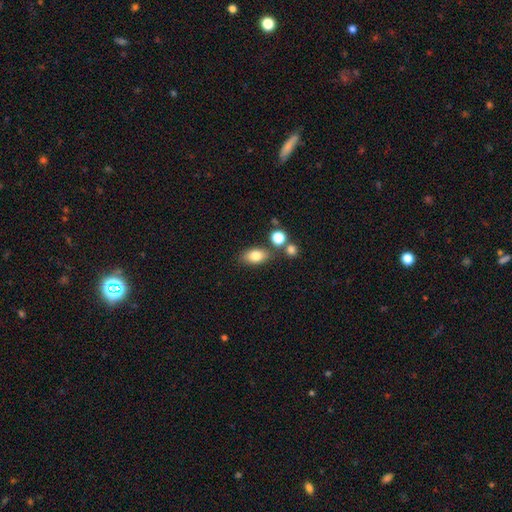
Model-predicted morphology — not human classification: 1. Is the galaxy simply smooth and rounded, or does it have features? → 80% smooth, 11% featured or disk, 9% star or artifact.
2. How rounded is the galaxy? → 84% in between, 13% round, 3% cigar-shaped.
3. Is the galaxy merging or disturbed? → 74% none, 12% minor disturbance, 11% merger, 3% major disturbance.